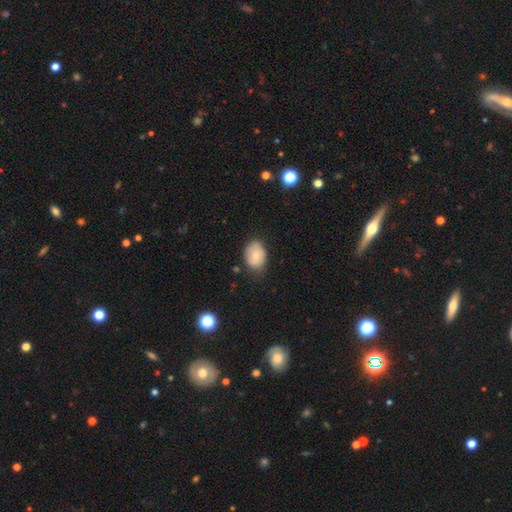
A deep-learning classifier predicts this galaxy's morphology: This is likely a smooth galaxy (75%). How rounded: likely in between (72%). Merging: likely none (70%).